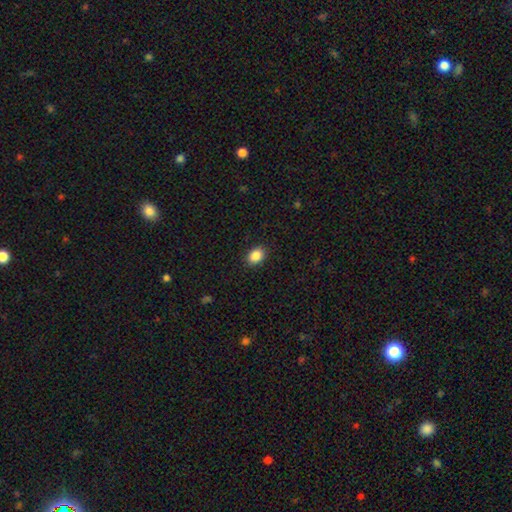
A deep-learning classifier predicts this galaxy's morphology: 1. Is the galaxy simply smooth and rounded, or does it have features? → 87% smooth, 9% star or artifact, 4% featured or disk.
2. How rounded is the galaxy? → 74% in between, 25% round, 1% cigar-shaped.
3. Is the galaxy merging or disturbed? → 90% none, 7% minor disturbance, 2% major disturbance, 1% merger.